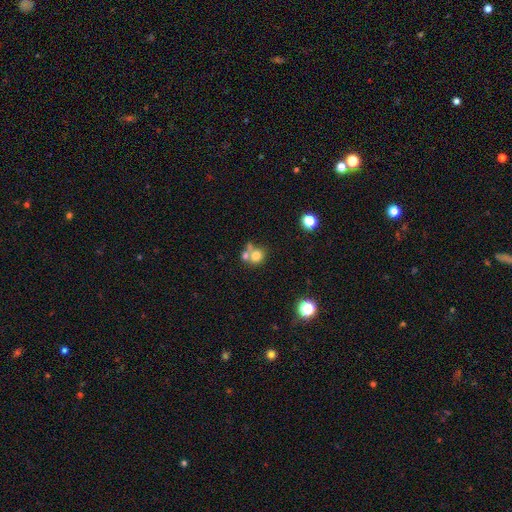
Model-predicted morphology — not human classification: Smooth or featured? smooth (73%)
How rounded? round (77%)
Merging? merger (46%)